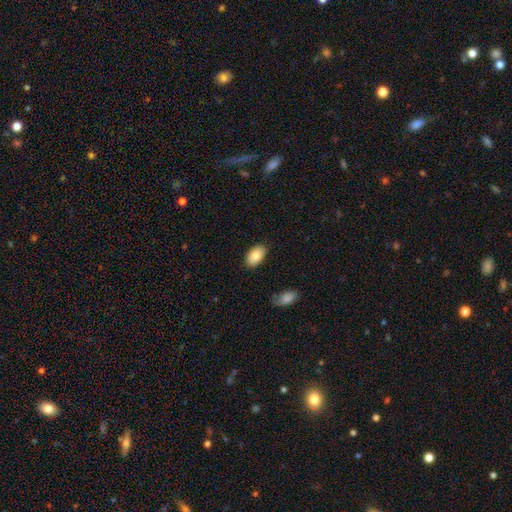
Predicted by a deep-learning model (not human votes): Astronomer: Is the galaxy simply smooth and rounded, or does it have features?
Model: smooth — 83%.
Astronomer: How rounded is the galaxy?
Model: in between — 94%.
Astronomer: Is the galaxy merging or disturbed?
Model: none — 86%.